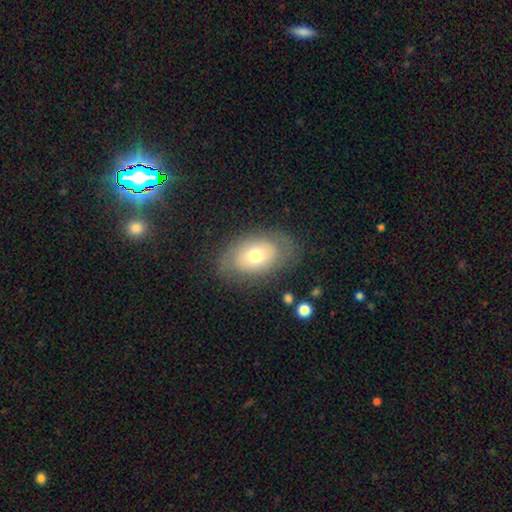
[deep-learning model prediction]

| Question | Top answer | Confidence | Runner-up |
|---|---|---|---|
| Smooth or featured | smooth | 57% | featured or disk (35%) |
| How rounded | in between | 87% | round (12%) |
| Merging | none | 76% | minor disturbance (16%) |